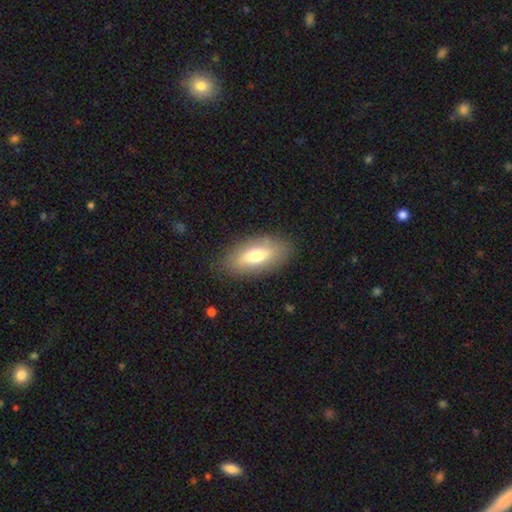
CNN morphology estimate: This is likely a smooth galaxy (69%). How rounded: clearly in between (87%). Merging: clearly none (84%).